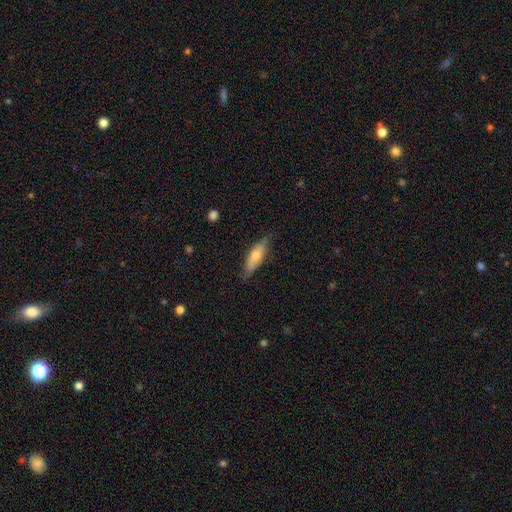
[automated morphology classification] This appears to be a smooth galaxy with no disk features (68%) that is in between round and cigar-shaped (54%). Merging: none (75%).